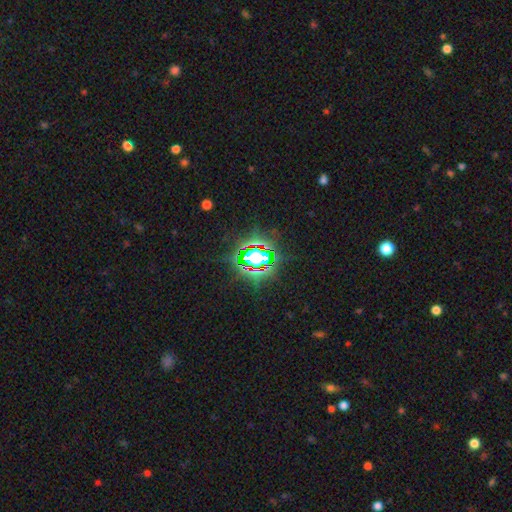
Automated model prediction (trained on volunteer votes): A star or artifact, not a galaxy (82%).